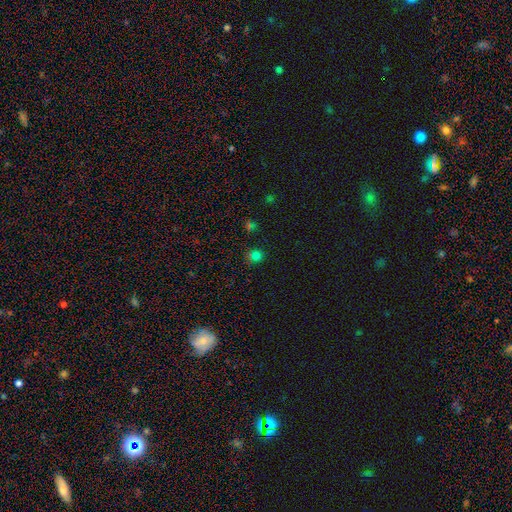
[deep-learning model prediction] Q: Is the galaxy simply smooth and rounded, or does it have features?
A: smooth — 67%.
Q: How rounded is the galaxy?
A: round — 78%.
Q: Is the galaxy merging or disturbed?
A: none — 71%.